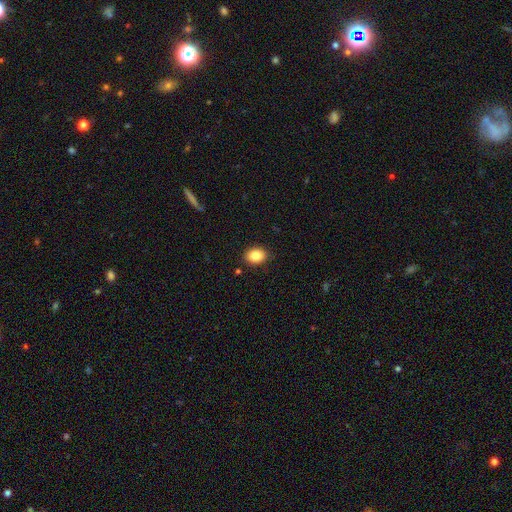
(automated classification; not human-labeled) Morphology: type=smooth (85%); roundness=in between (65%); merging=none (87%).